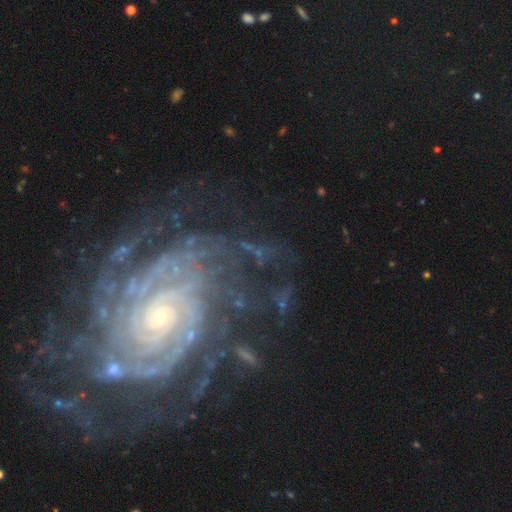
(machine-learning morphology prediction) A featured or disk galaxy (88%) with no bar (68%), tight (75%) spiral arms (97%) and a small central bulge (63%). Merging: none (70%).